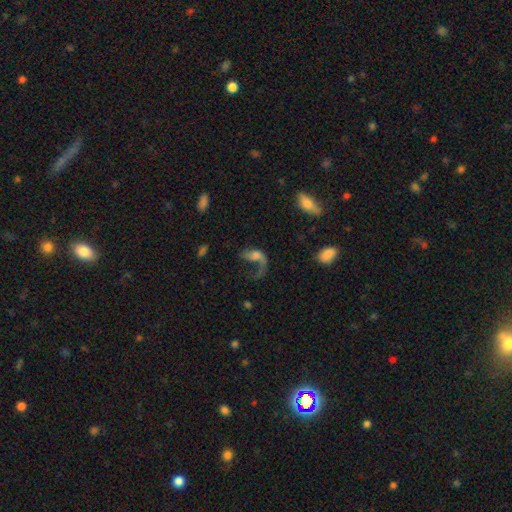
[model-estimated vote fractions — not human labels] Morphology: type=featured or disk (57%); edge-on=no (95%); bar=no (66%); spiral arms=yes (74%); bulge=none (29%); merging=major disturbance (57%).